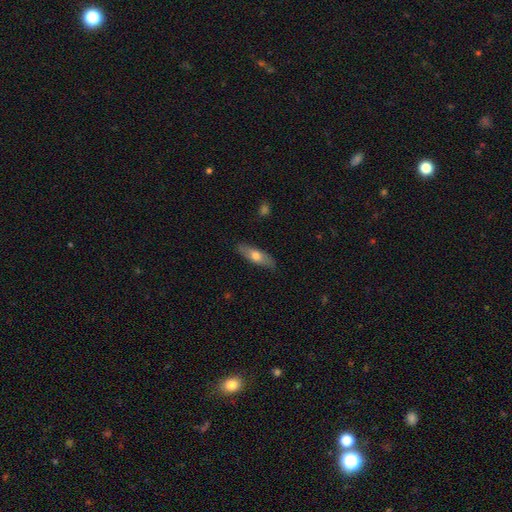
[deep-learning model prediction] Smooth or featured? Predicted: smooth (p=0.61). How rounded? Predicted: in between (p=0.53). Merging? Predicted: none (p=0.84).